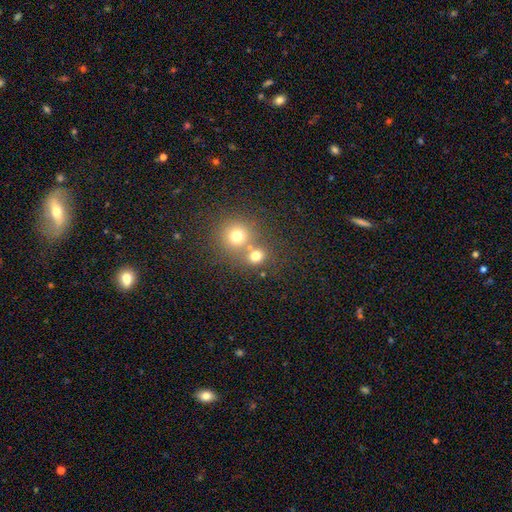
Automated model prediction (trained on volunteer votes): Morphology: type=smooth (73%); roundness=round (83%); merging=none (51%).